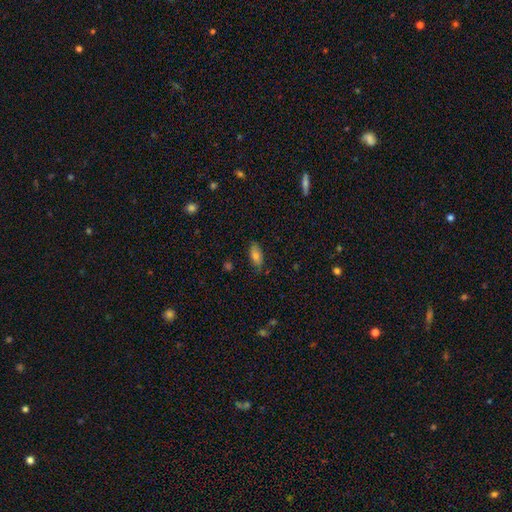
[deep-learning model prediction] Q: Smooth or featured?
A: smooth (74%); runner-up: featured or disk (17%)
Q: How rounded?
A: in between (80%); runner-up: cigar-shaped (17%)
Q: Merging?
A: none (79%); runner-up: minor disturbance (17%)